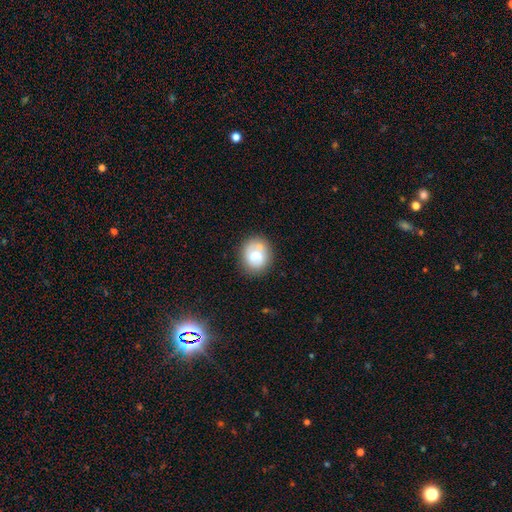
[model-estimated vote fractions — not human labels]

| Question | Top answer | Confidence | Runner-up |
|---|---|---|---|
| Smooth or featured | smooth | 65% | featured or disk (27%) |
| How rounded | round | 71% | in between (29%) |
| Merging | none | 59% | minor disturbance (18%) |